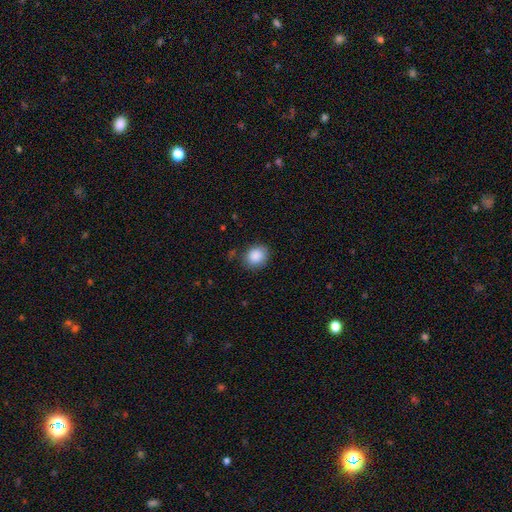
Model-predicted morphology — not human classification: smooth 88%, star or artifact 8%, featured or disk 4%. Down the decision tree: how rounded — round (71%); merging — none (80%).